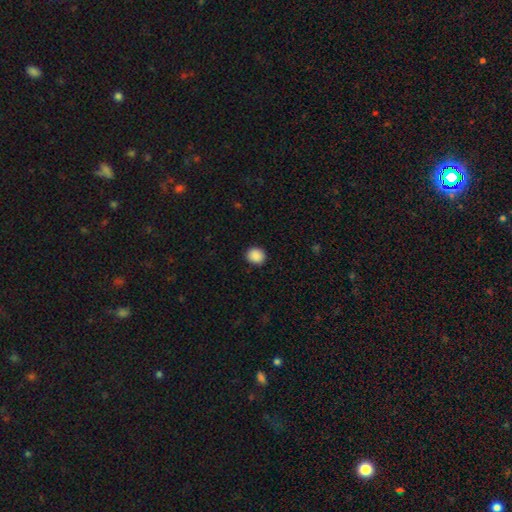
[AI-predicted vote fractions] smooth 90%, star or artifact 8%, featured or disk 2%. Down the decision tree: how rounded — round (76%); merging — none (90%).